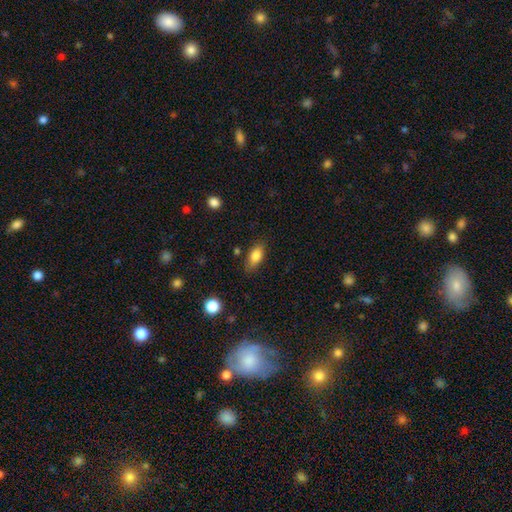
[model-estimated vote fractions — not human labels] A smooth galaxy with no disk features (82%) that is in between round and cigar-shaped (85%). Merging: none (79%).